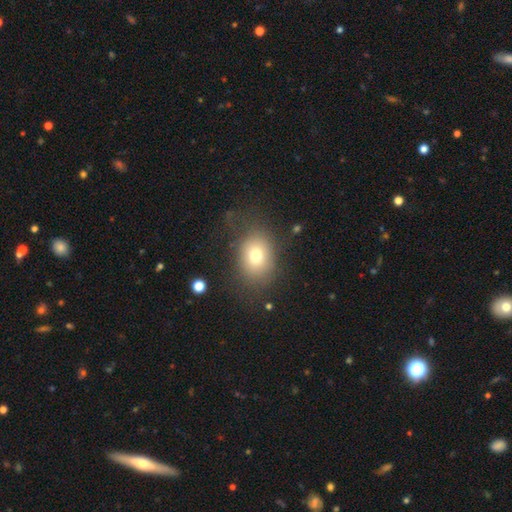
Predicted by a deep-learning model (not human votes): The model was most divided on "how rounded": in between: 58%, round: 41%, cigar-shaped: 1%. More confident: smooth or featured — smooth (73%); merging — none (71%).